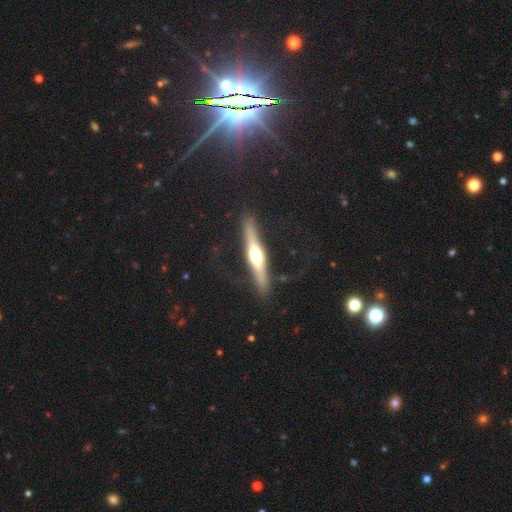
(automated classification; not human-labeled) Smooth or featured? Predicted: featured or disk (p=0.70). Edge-on disk? Predicted: yes (p=0.95). Edge-on bulge? Predicted: rounded (p=0.88). Merging? Predicted: none (p=0.83).